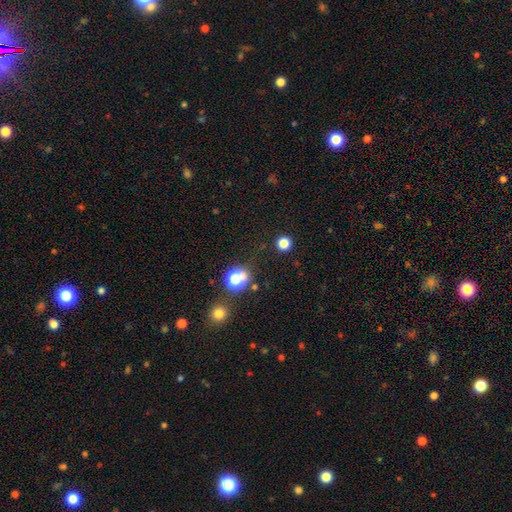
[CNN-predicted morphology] The model was most divided on "smooth or featured": star or artifact: 47%, smooth: 45%, featured or disk: 7%.